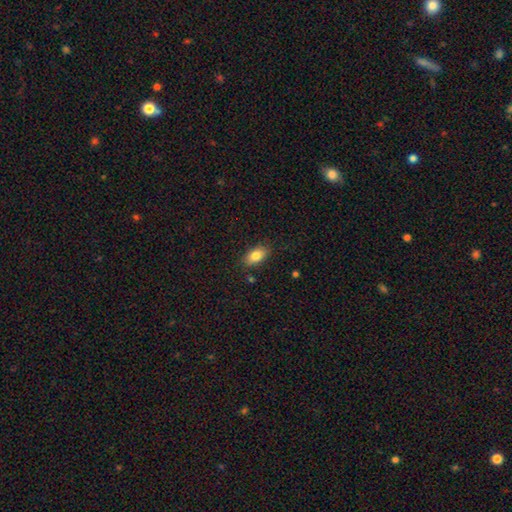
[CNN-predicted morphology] Smooth or featured?
  - smooth: 82% *
  - featured or disk: 10%
  - star or artifact: 8%
How rounded?
  - in between: 90% *
  - round: 6%
  - cigar-shaped: 4%
Merging?
  - none: 84% *
  - minor disturbance: 12%
  - major disturbance: 3%
  - merger: 2%